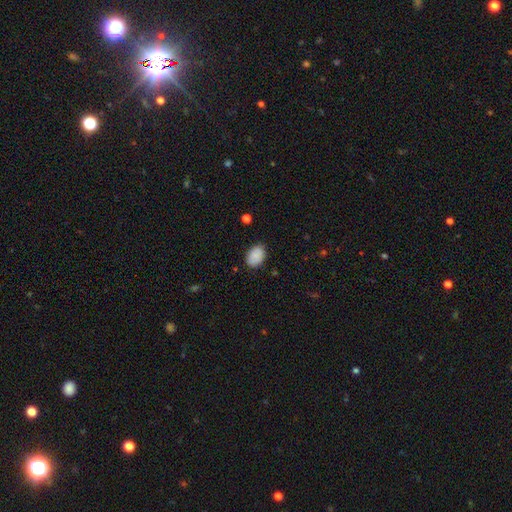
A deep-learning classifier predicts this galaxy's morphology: smooth_or_featured: smooth (p=0.88) [alt: star or artifact p=0.07]
how_rounded: in between (p=0.81) [alt: round p=0.18]
merging: none (p=0.82) [alt: minor disturbance p=0.14]